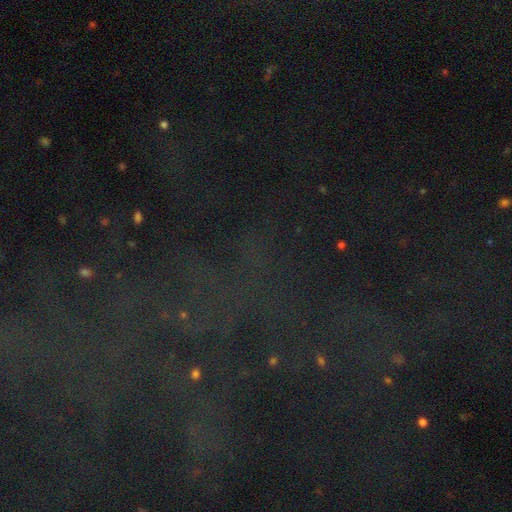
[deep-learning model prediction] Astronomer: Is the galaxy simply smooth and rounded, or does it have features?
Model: star or artifact — 76%.